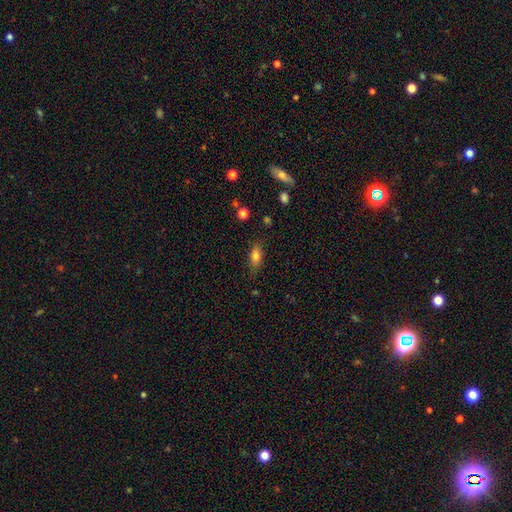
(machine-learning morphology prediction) This is likely a smooth galaxy (77%). How rounded: likely in between (75%). Merging: clearly none (80%).